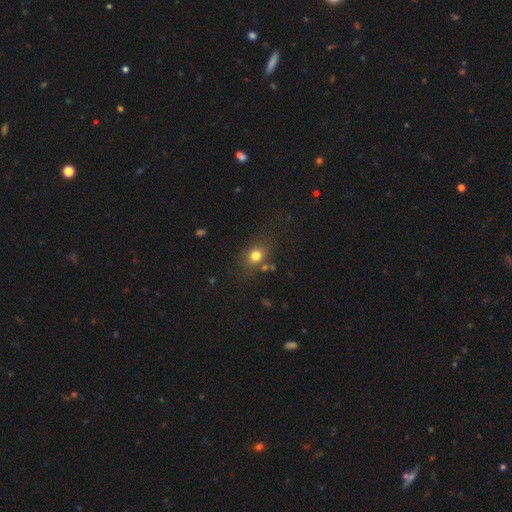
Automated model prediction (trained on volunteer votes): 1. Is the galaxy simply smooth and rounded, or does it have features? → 76% smooth, 14% star or artifact, 10% featured or disk.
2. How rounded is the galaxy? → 56% round, 43% in between, 2% cigar-shaped.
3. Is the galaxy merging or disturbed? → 73% none, 14% minor disturbance, 6% major disturbance, 6% merger.